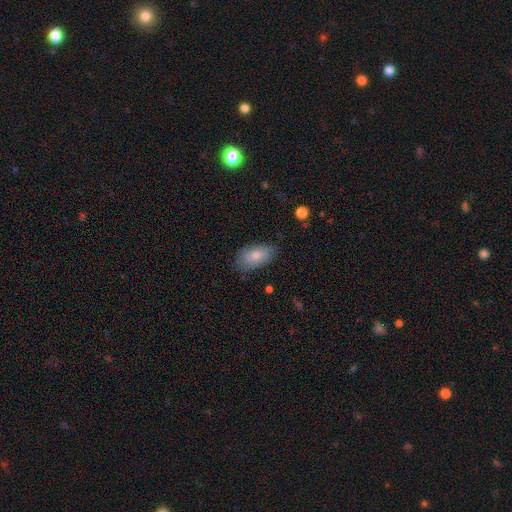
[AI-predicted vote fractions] Morphology: type=smooth (78%); roundness=in between (93%); merging=none (75%).